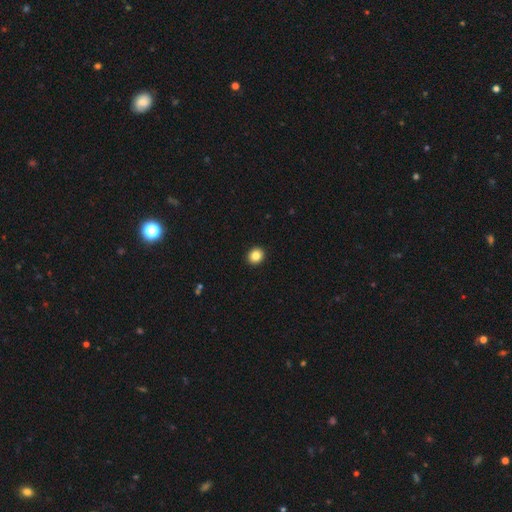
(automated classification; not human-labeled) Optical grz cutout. It shows a smooth galaxy with no disk features (84%) that is round (81%). Merging: none (93%).